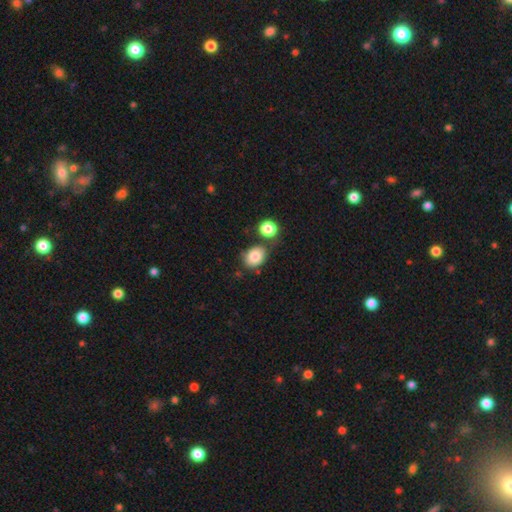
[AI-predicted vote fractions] Smooth or featured? smooth (82%)
How rounded? in between (59%)
Merging? none (66%)